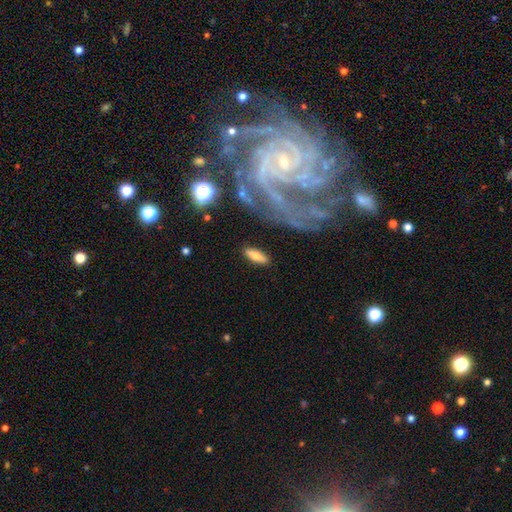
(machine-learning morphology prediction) Smooth or featured: smooth — 75% (featured or disk — 18%)
How rounded: in between — 60% (cigar-shaped — 38%)
Merging: none — 85% (minor disturbance — 10%)